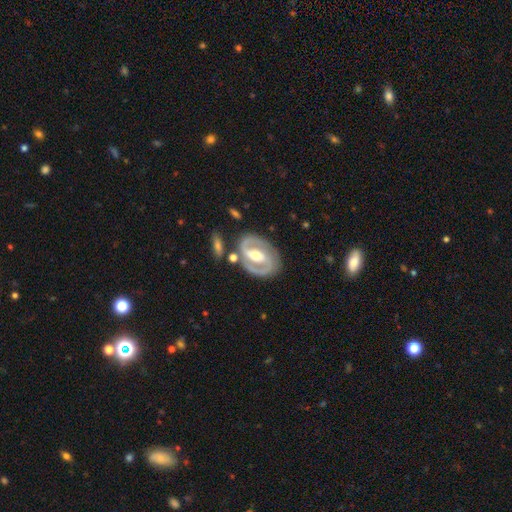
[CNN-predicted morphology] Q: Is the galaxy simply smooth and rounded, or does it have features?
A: featured or disk — 89%.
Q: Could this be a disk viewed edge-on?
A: no — 97%.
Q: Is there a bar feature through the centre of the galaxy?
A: strong — 51%.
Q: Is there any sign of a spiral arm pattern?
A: yes — 94%.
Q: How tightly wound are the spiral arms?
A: tight — 49%.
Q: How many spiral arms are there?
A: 2 — 90%.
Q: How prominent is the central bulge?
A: moderate — 67%.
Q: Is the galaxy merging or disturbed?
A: none — 79%.